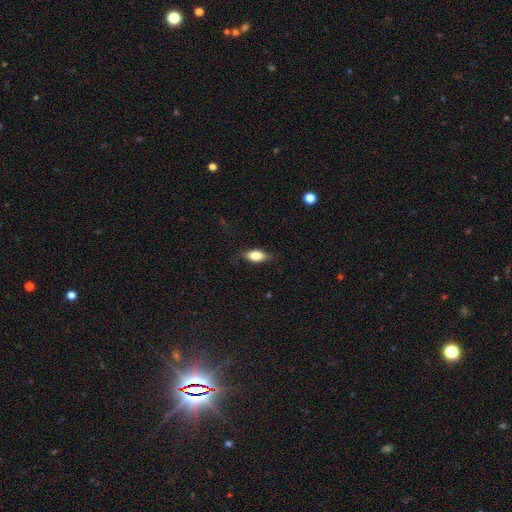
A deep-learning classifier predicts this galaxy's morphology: A smooth galaxy with no disk features (79%) that is in between round and cigar-shaped (84%). Merging: none (77%).